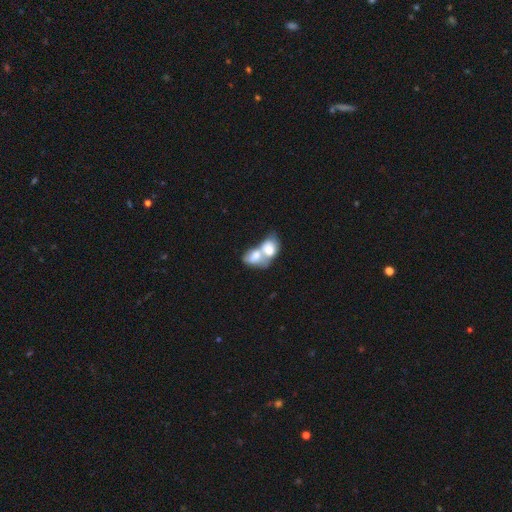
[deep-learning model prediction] Smooth or featured? Predicted: smooth (p=0.69). How rounded? Predicted: in between (p=0.78). Merging? Predicted: merger (p=0.84).